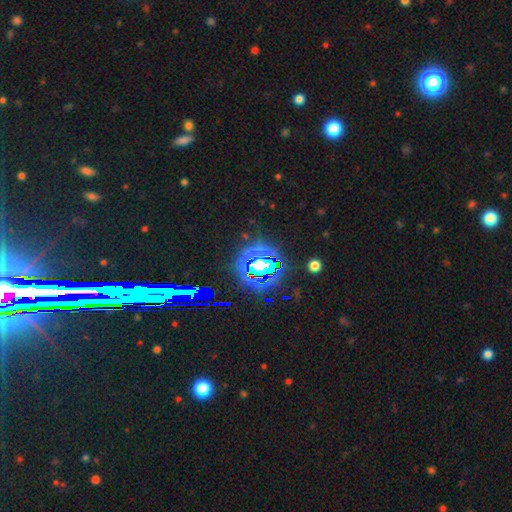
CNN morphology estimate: A star or artifact, not a galaxy (80%).